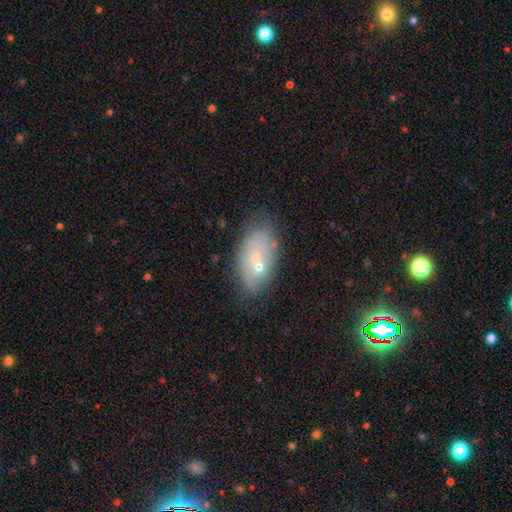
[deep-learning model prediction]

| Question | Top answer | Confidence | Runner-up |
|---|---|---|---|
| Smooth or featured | smooth | 49% | featured or disk (38%) |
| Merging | none | 62% | minor disturbance (22%) |